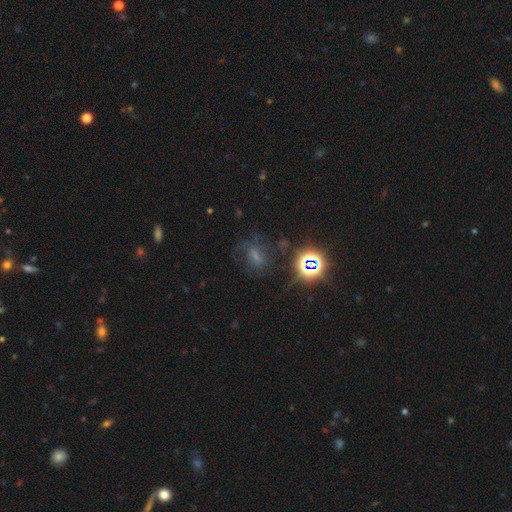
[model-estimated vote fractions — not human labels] A smooth galaxy with no disk features (40%).

Vote fractions:
- Smooth or featured? smooth: 40% / star or artifact: 36% / featured or disk: 24%
- Merging? none: 54% / minor disturbance: 21% / major disturbance: 20% / merger: 4%